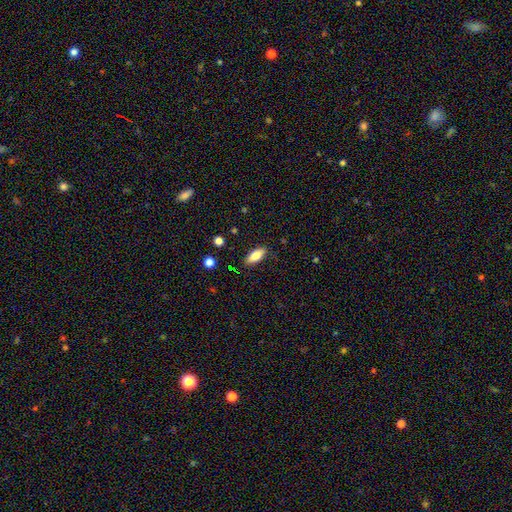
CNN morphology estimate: This is likely a smooth galaxy (77%). How rounded: likely in between (79%). Merging: clearly none (84%).